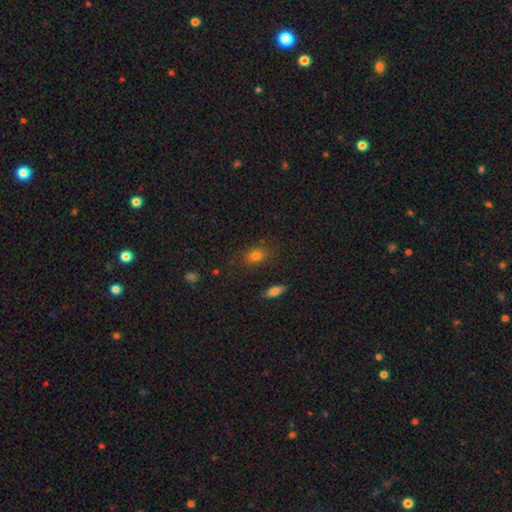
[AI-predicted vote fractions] Smooth or featured: smooth — 78% (star or artifact — 12%)
How rounded: in between — 71% (round — 26%)
Merging: none — 79% (minor disturbance — 15%)